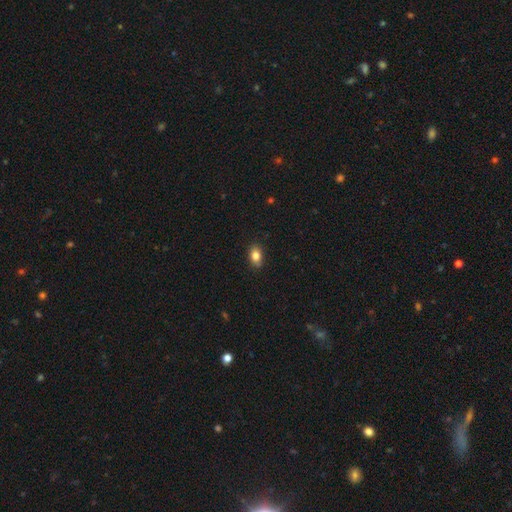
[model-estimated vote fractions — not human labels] Smooth or featured?
  - smooth: 83% *
  - star or artifact: 9%
  - featured or disk: 7%
How rounded?
  - in between: 79% *
  - round: 19%
  - cigar-shaped: 2%
Merging?
  - none: 86% *
  - minor disturbance: 11%
  - major disturbance: 2%
  - merger: 1%